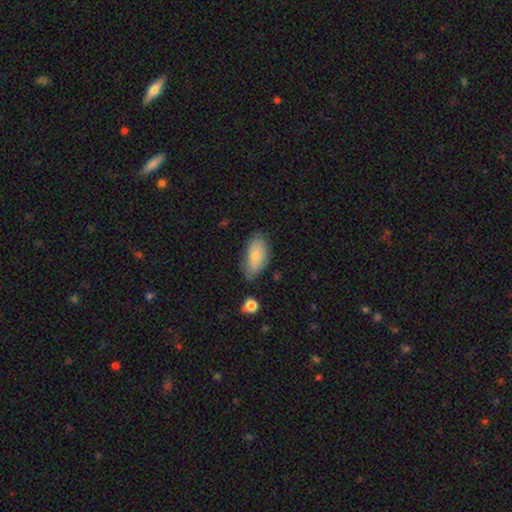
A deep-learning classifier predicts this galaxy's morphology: A smooth galaxy with no disk features (76%) that is in between round and cigar-shaped (93%). Merging: none (65%).